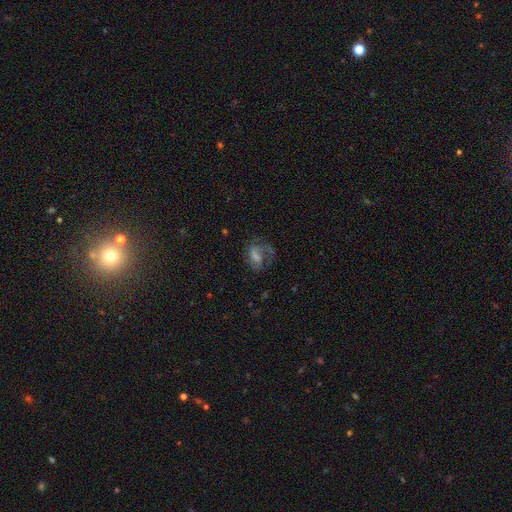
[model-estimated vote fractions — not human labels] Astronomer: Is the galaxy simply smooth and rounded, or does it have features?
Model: featured or disk — 57%.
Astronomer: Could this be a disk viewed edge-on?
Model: no — 97%.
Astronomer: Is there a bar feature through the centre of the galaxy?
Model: weak — 44% (runner-up: no, 36%).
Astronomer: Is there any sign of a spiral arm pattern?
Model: yes — 75%.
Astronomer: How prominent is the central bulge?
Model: none — 38% (runner-up: small, 27%).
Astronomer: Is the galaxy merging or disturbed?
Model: none — 39%, tied with major disturbance at 39%.